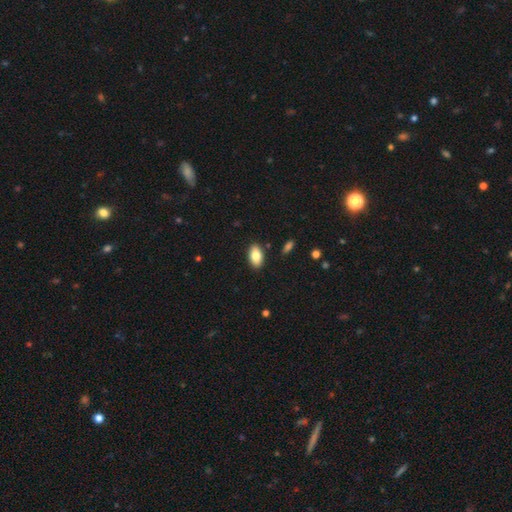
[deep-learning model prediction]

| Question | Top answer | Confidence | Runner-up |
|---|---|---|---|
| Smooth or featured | smooth | 82% | featured or disk (11%) |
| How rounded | in between | 93% | round (4%) |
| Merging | none | 88% | minor disturbance (8%) |